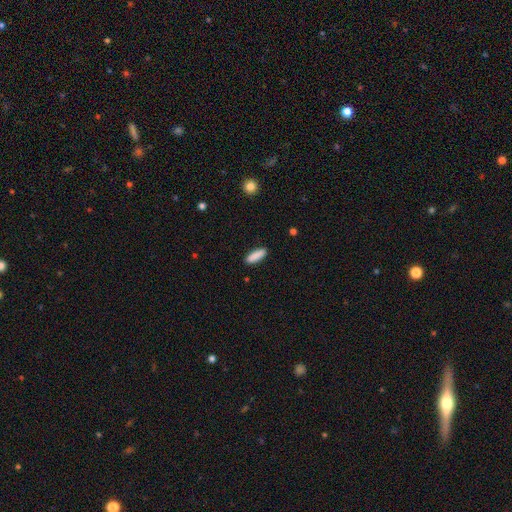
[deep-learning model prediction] Smooth or featured? smooth (89%)
How rounded? cigar-shaped (52%)
Merging? none (89%)